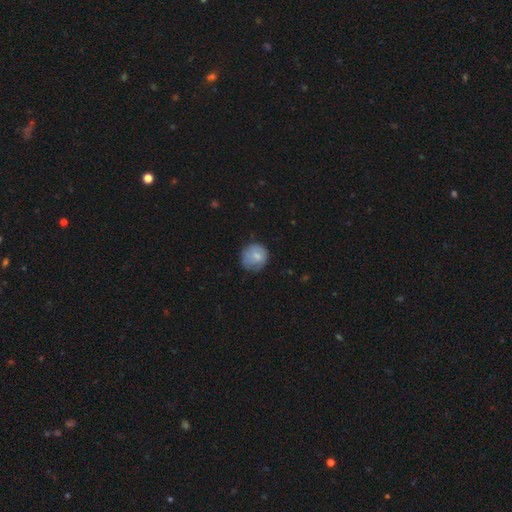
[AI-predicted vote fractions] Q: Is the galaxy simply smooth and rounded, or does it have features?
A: smooth — 72%.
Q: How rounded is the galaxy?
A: round — 83%.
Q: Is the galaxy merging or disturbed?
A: none — 63%.